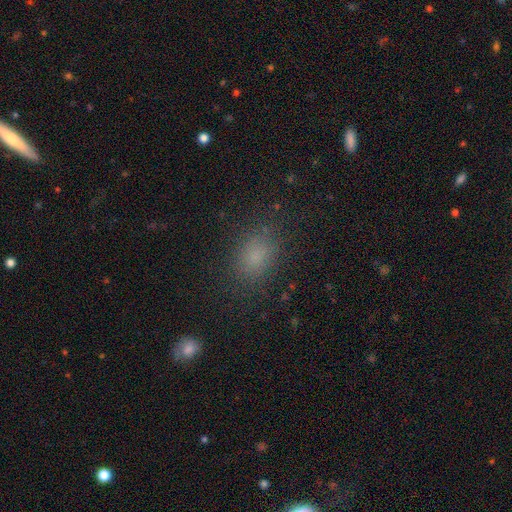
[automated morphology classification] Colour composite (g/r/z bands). It shows a smooth galaxy with no disk features (77%) that is in between round and cigar-shaped (67%). Merging: none (81%).